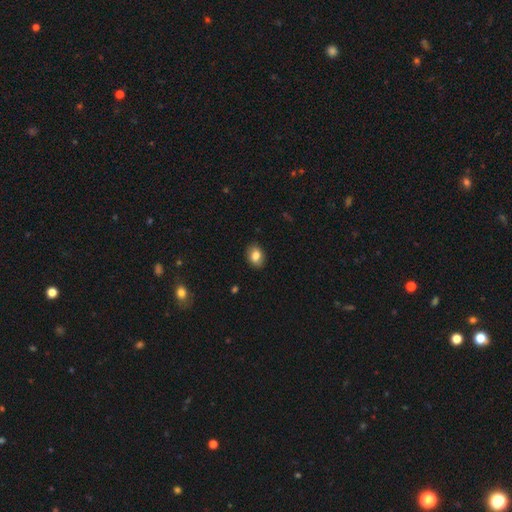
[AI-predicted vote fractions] Q: Smooth or featured?
A: smooth (82%); runner-up: featured or disk (10%)
Q: How rounded?
A: in between (72%); runner-up: round (27%)
Q: Merging?
A: none (87%); runner-up: minor disturbance (9%)